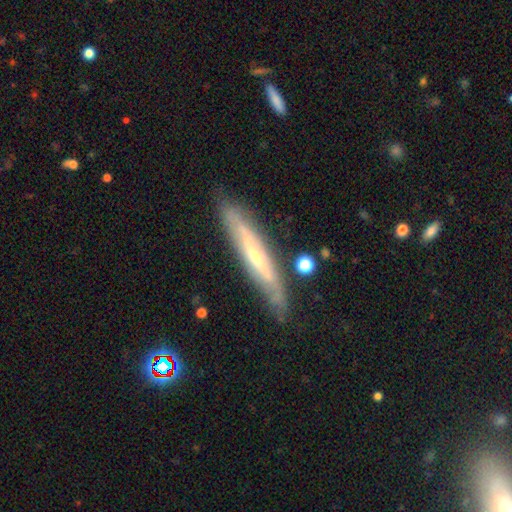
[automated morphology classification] Smooth or featured? featured or disk (69%)
Edge-on disk? yes (76%)
Edge-on bulge? rounded (59%)
Merging? none (80%)